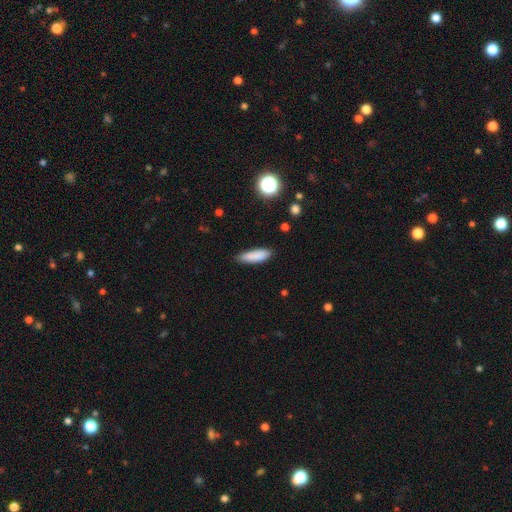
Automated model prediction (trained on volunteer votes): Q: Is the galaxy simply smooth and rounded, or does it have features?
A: smooth — 86%.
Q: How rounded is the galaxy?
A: cigar-shaped — 55%.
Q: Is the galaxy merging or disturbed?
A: none — 83%.